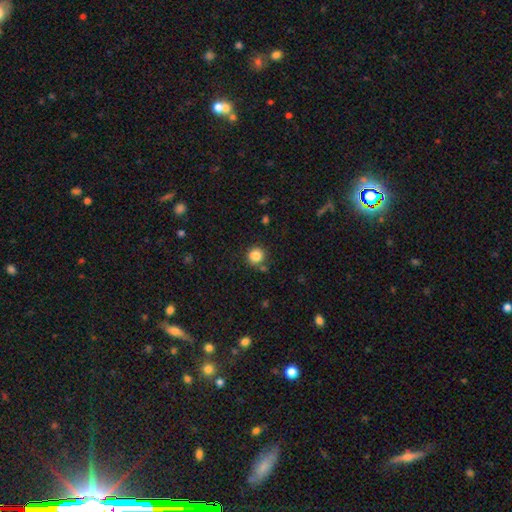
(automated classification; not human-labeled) Overall: smooth (84%). How rounded: round (92%). Merging: none (81%).